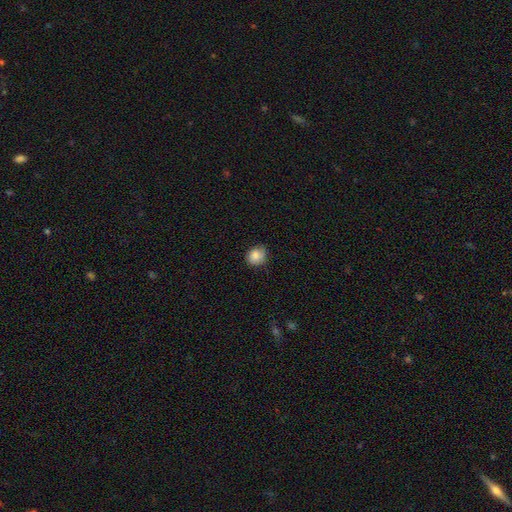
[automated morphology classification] Overall: smooth (85%). How rounded: round (74%). Merging: none (76%).